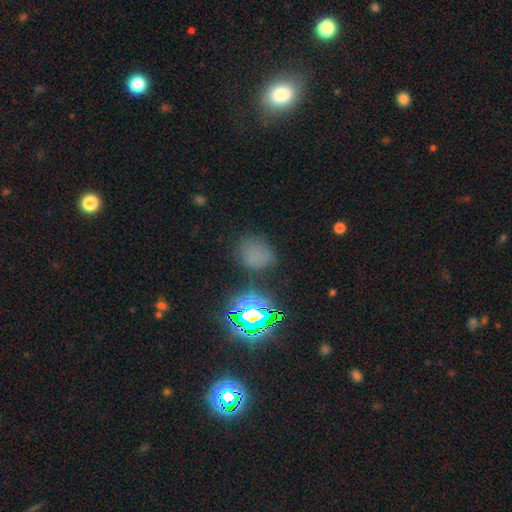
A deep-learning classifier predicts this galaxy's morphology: Q: Smooth or featured?
A: smooth (55%); runner-up: star or artifact (36%)
Q: How rounded?
A: round (62%); runner-up: in between (36%)
Q: Merging?
A: none (68%); runner-up: minor disturbance (19%)